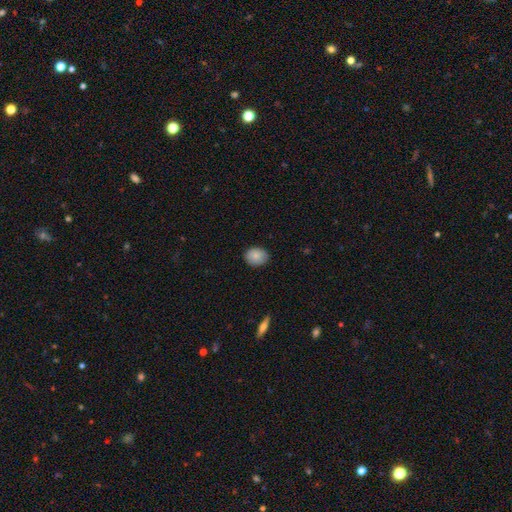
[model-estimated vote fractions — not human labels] Smooth or featured?
  - smooth: 84% *
  - featured or disk: 8%
  - star or artifact: 8%
How rounded?
  - in between: 50% *
  - round: 49%
  - cigar-shaped: 1%
Merging?
  - none: 86% *
  - minor disturbance: 11%
  - major disturbance: 2%
  - merger: 1%